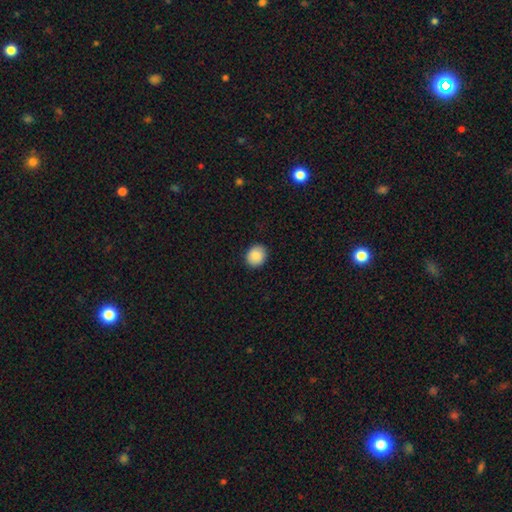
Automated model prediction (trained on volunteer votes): This appears to be a smooth galaxy with no disk features (89%) that is round (70%). Merging: none (89%).